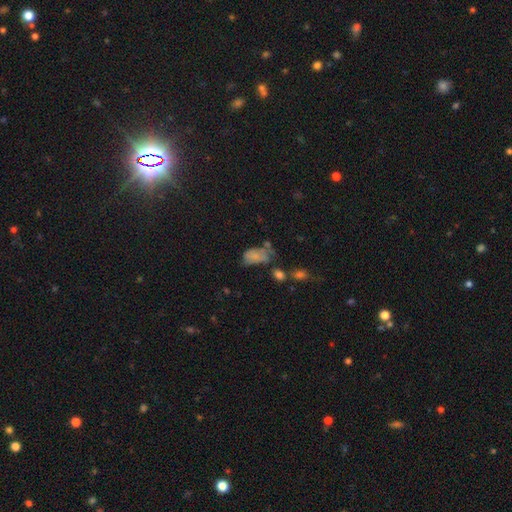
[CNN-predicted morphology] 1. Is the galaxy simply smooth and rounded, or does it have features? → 71% smooth, 17% featured or disk, 12% star or artifact.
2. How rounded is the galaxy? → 90% in between, 8% round, 2% cigar-shaped.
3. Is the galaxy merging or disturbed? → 31% minor disturbance, 29% none, 25% major disturbance, 15% merger.